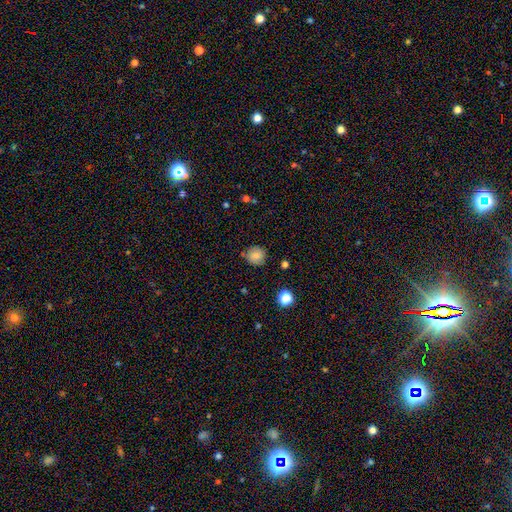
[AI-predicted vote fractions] smooth_or_featured: smooth (p=0.83) [alt: star or artifact p=0.10]
how_rounded: round (p=0.91) [alt: in between p=0.08]
merging: none (p=0.81) [alt: minor disturbance p=0.14]